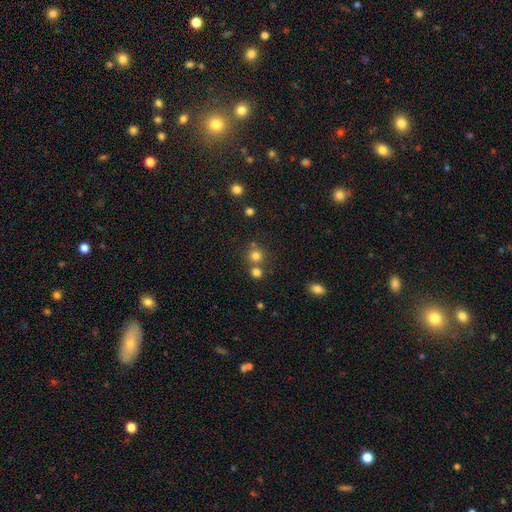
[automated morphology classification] Smooth or featured?
  - smooth: 76% *
  - star or artifact: 17%
  - featured or disk: 7%
How rounded?
  - round: 91% *
  - in between: 9%
  - cigar-shaped: 1%
Merging?
  - none: 65% *
  - merger: 25%
  - minor disturbance: 7%
  - major disturbance: 3%